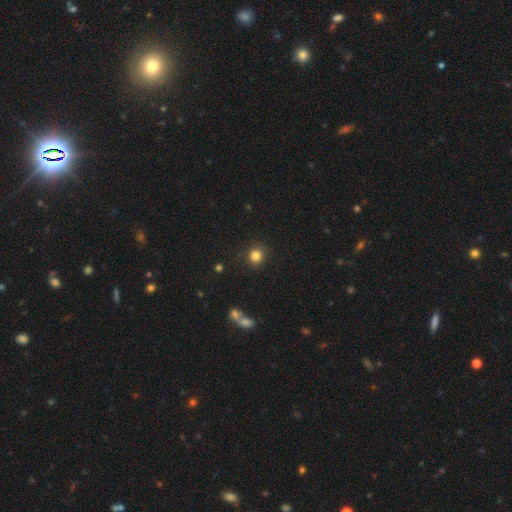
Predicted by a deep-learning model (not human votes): smooth_or_featured: smooth (p=0.84) [alt: star or artifact p=0.12]
how_rounded: round (p=0.90) [alt: in between p=0.09]
merging: none (p=0.88) [alt: minor disturbance p=0.07]